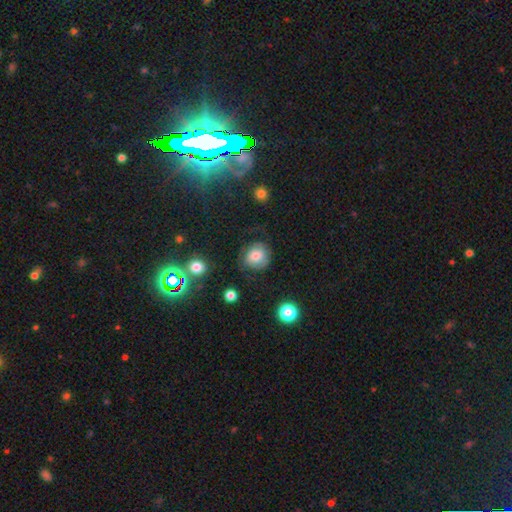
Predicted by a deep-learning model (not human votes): This is likely a smooth galaxy (64%). How rounded: likely round (79%). Merging: likely none (63%).